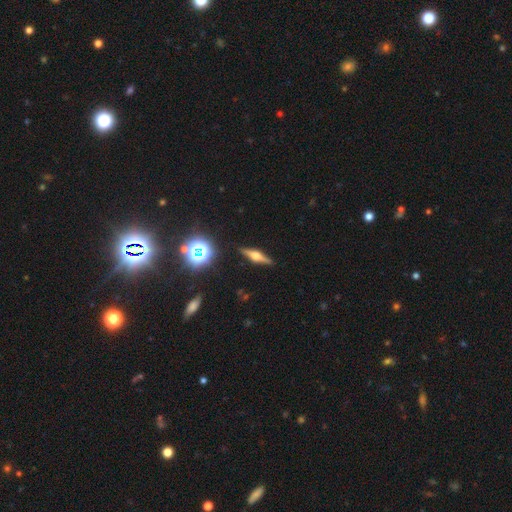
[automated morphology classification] This is likely a featured or disk galaxy (69%). It is clearly viewed edge-on (97%). Edge-on bulge: clearly rounded (91%). Merging: clearly none (89%).